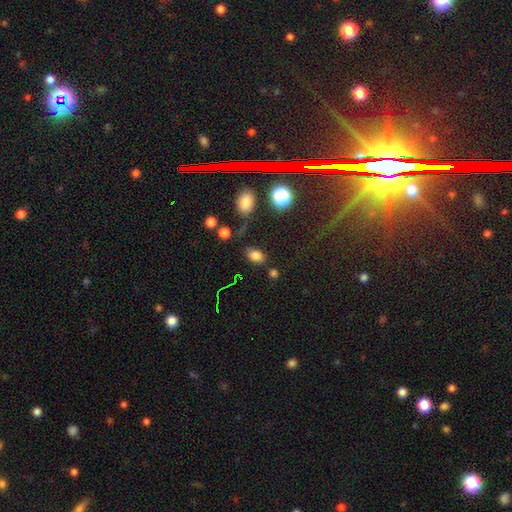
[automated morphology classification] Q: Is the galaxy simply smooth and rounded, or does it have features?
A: smooth — 79%.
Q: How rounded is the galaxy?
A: in between — 86%.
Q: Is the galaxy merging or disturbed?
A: none — 76%.